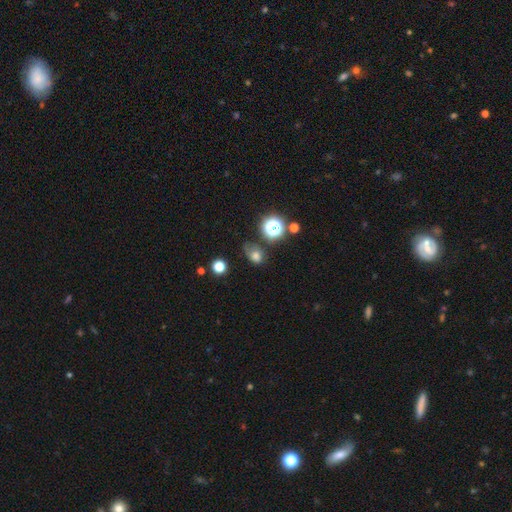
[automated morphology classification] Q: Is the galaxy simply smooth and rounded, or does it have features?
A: smooth — 70%.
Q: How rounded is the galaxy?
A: in between — 51%.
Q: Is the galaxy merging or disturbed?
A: none — 42%.